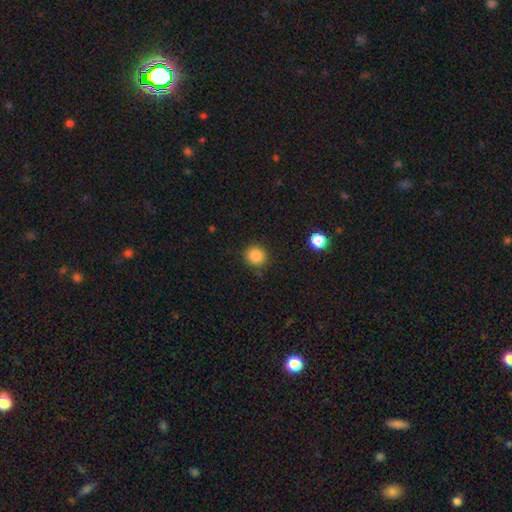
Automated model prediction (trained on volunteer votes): Smooth or featured: smooth — 85% (star or artifact — 10%)
How rounded: round — 92% (in between — 7%)
Merging: none — 87% (minor disturbance — 9%)